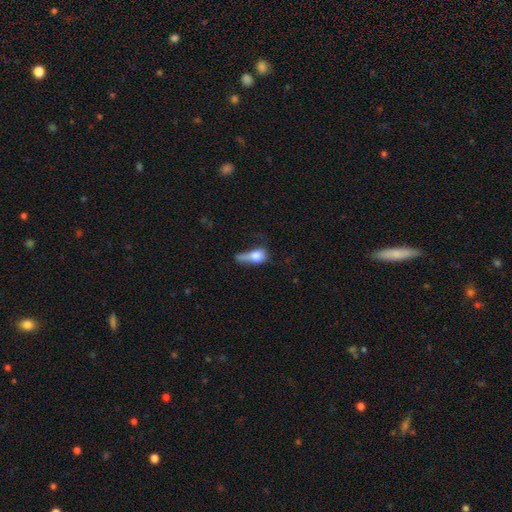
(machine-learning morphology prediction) The model was most divided on "merging": major disturbance: 43%, minor disturbance: 25%, none: 18%, merger: 15%. More confident: smooth or featured — smooth (71%); how rounded — in between (64%).